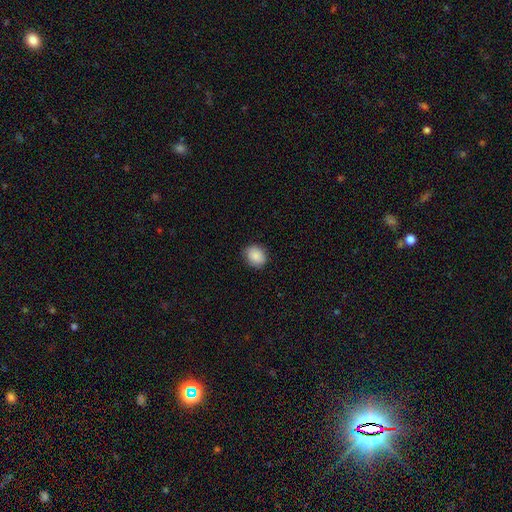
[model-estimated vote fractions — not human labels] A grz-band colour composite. It shows a smooth galaxy with no disk features (88%) that is round (53%). Merging: none (83%).